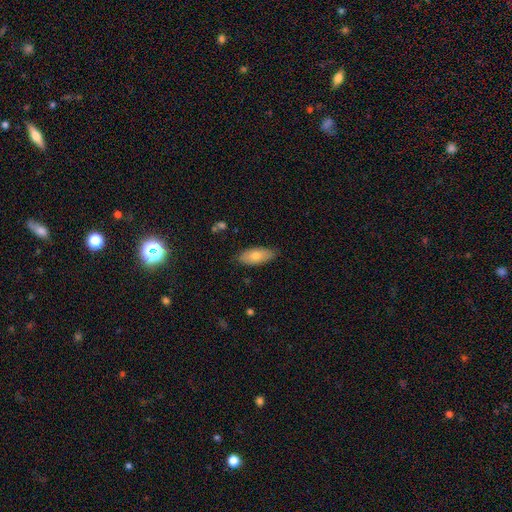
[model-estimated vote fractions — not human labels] smooth 71%, featured or disk 22%, star or artifact 7%. Down the decision tree: how rounded — in between (86%); merging — none (84%).